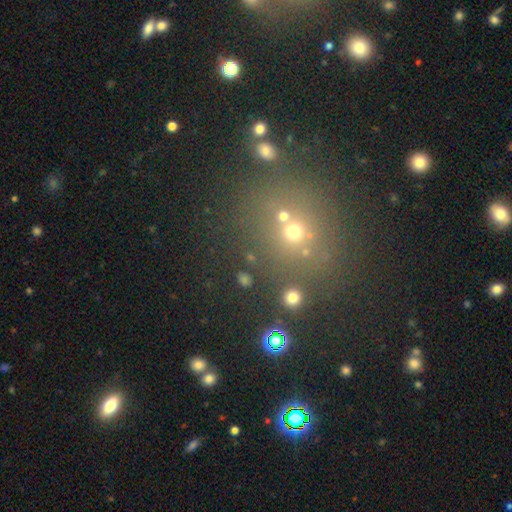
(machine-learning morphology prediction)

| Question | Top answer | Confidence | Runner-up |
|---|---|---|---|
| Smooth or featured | star or artifact | 46% | smooth (42%) |